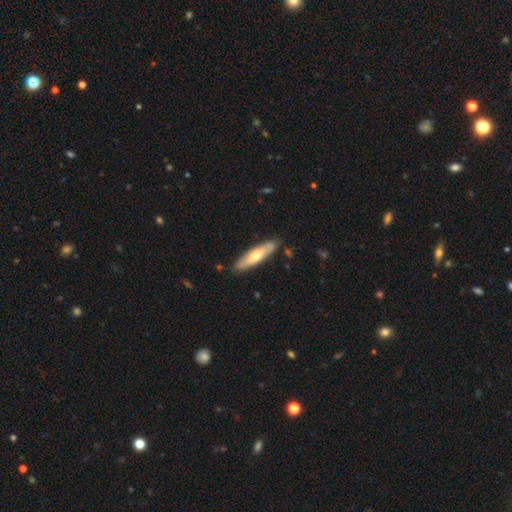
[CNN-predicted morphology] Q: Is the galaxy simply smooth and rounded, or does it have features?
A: smooth — 59%.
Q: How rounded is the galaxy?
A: cigar-shaped — 75%.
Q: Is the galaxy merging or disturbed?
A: none — 85%.